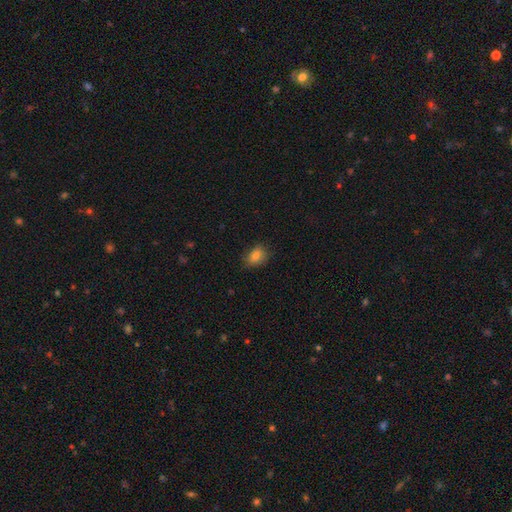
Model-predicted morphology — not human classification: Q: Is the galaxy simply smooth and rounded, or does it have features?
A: smooth — 82%.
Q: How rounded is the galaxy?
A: in between — 67%.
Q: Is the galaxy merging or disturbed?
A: none — 77%.